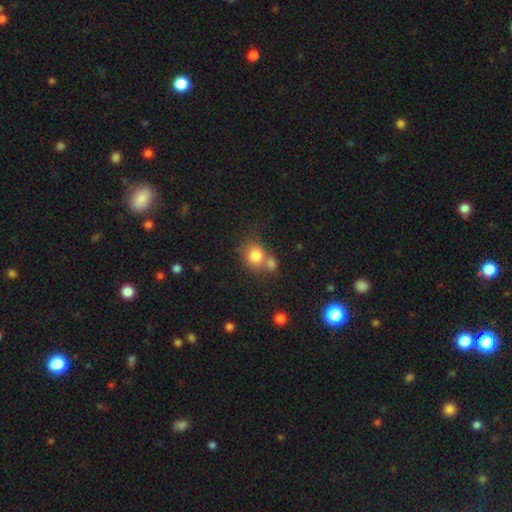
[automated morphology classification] The model was most divided on "merging": none: 47%, merger: 36%, minor disturbance: 12%, major disturbance: 5%. More confident: smooth or featured — smooth (81%); how rounded — round (73%).